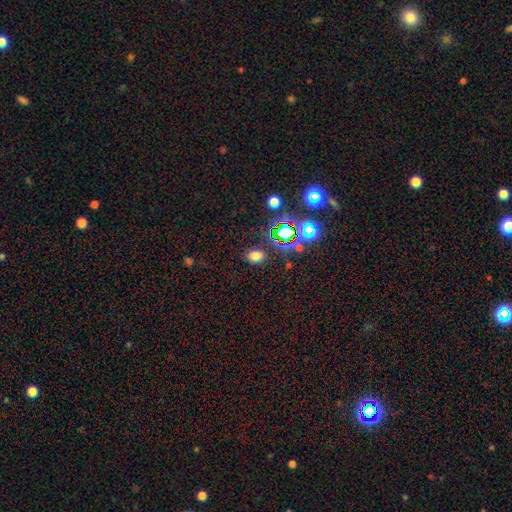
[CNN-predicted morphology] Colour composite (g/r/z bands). It shows a smooth galaxy with no disk features (68%) that is in between round and cigar-shaped (69%). Merging: none (83%).